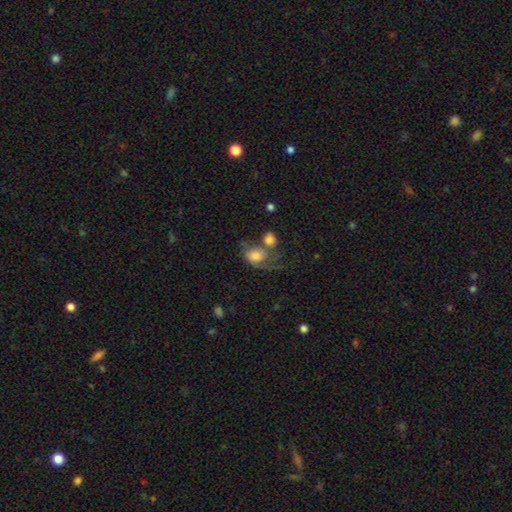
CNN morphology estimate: This appears to be a smooth galaxy with no disk features (68%) that is in between round and cigar-shaped (58%). Merging: merger (39%).